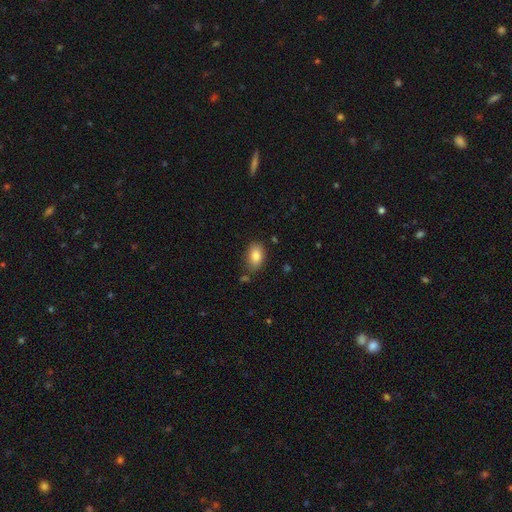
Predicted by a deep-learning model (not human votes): Smooth or featured? Predicted: smooth (p=0.84). How rounded? Predicted: in between (p=0.88). Merging? Predicted: none (p=0.78).